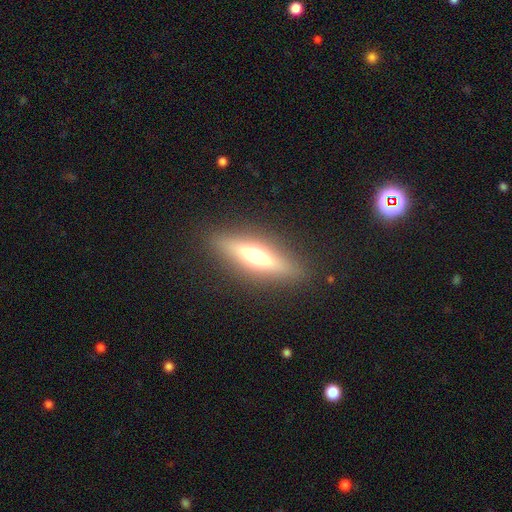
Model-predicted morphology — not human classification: Smooth or featured: featured or disk — 52% (smooth — 40%)
Edge-on disk: yes — 88% (no — 12%)
Merging: none — 88% (minor disturbance — 8%)